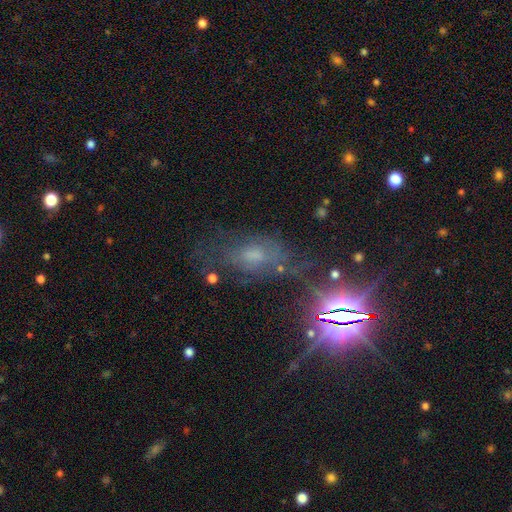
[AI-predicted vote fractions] Smooth or featured? Predicted: star or artifact (p=0.46).